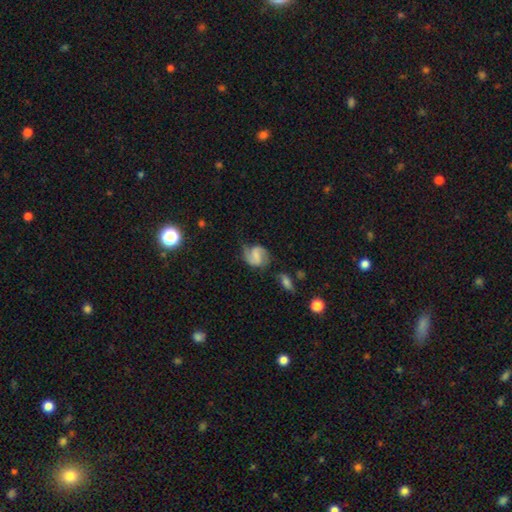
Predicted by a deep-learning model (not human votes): Smooth or featured? Predicted: featured or disk (p=0.72). Edge-on disk? Predicted: no (p=0.98). Bar? Predicted: weak (p=0.47). Spiral arms? Predicted: yes (p=0.94). Spiral winding? Predicted: medium (p=0.47). Spiral arm count? Predicted: 2 (p=0.87). Bulge size? Predicted: none (p=0.49). Merging? Predicted: none (p=0.64).